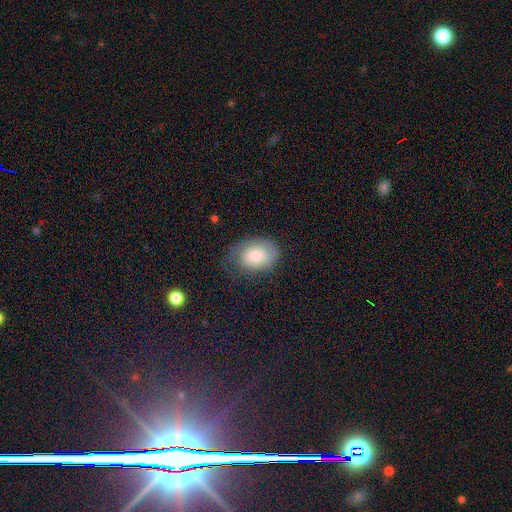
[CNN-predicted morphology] Smooth or featured? Predicted: smooth (p=0.73). How rounded? Predicted: in between (p=0.72). Merging? Predicted: none (p=0.55).